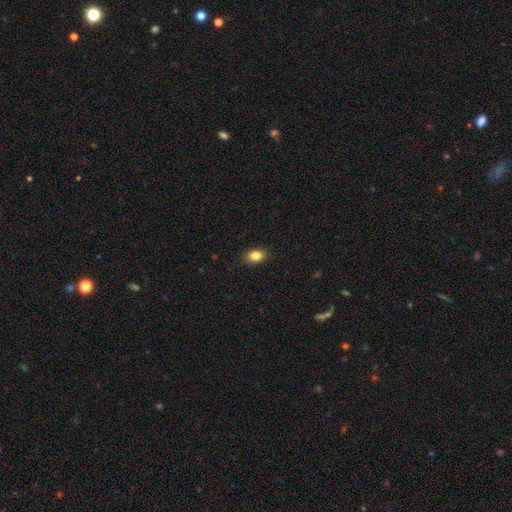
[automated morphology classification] smooth-or-featured: smooth: 85% | star or artifact: 9% | featured or disk: 7%
  how-rounded: in between: 80% | round: 18% | cigar-shaped: 2%
  merging: none: 88% | minor disturbance: 9% | major disturbance: 2% | merger: 1%